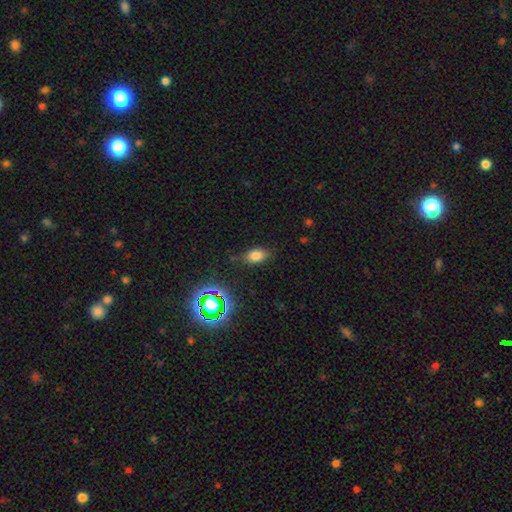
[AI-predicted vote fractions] The model was most divided on "smooth or featured": smooth: 75%, star or artifact: 17%, featured or disk: 8%. More confident: how rounded — in between (87%); merging — none (79%).